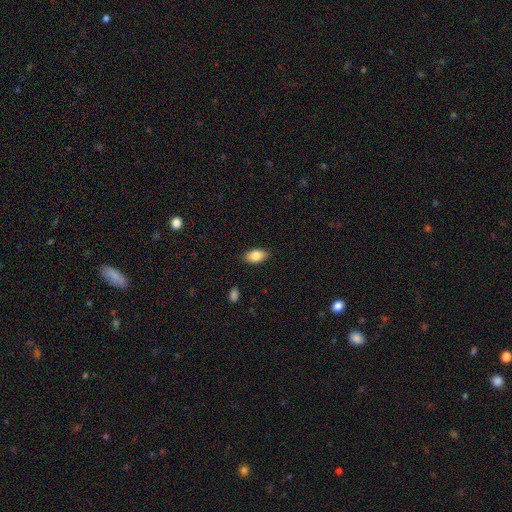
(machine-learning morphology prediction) smooth_or_featured: smooth (p=0.84) [alt: featured or disk p=0.09]
how_rounded: in between (p=0.92) [alt: round p=0.05]
merging: none (p=0.87) [alt: minor disturbance p=0.10]